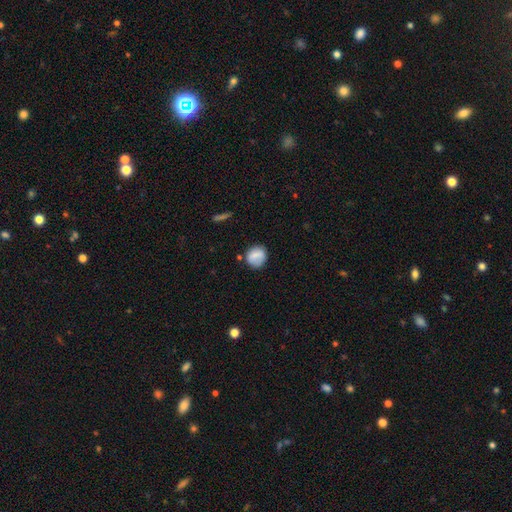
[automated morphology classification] This appears to be a smooth galaxy with no disk features (77%) that is round (79%). Merging: none (74%).